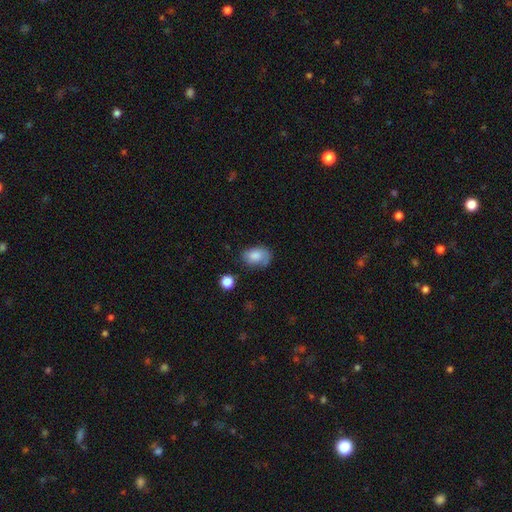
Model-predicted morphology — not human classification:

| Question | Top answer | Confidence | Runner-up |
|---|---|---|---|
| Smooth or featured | smooth | 77% | featured or disk (15%) |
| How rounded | in between | 80% | round (19%) |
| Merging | none | 57% | minor disturbance (28%) |